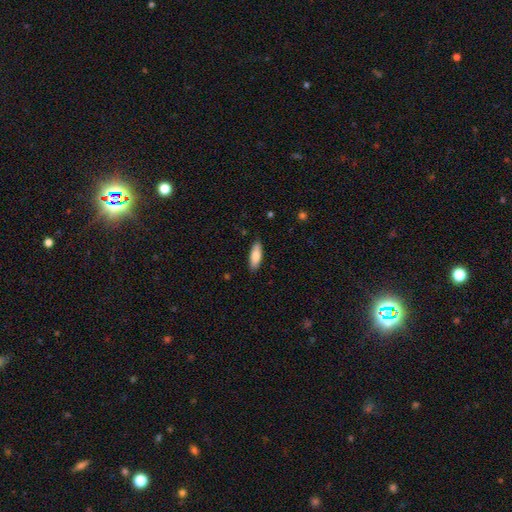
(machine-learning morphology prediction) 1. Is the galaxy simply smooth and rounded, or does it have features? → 83% smooth, 11% featured or disk, 6% star or artifact.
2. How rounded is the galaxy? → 67% in between, 32% cigar-shaped, 2% round.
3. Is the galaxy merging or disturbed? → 87% none, 10% minor disturbance, 2% major disturbance, 1% merger.